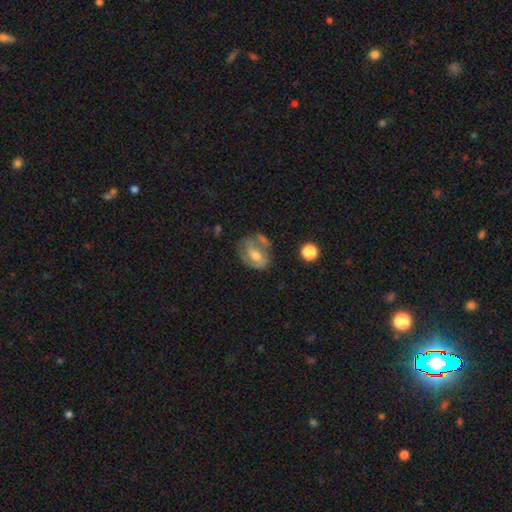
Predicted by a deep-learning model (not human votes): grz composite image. It shows a featured or disk galaxy (54%) with no bar (47%), spiral arms (55%) and a moderate central bulge (63%). Merging: none (47%).